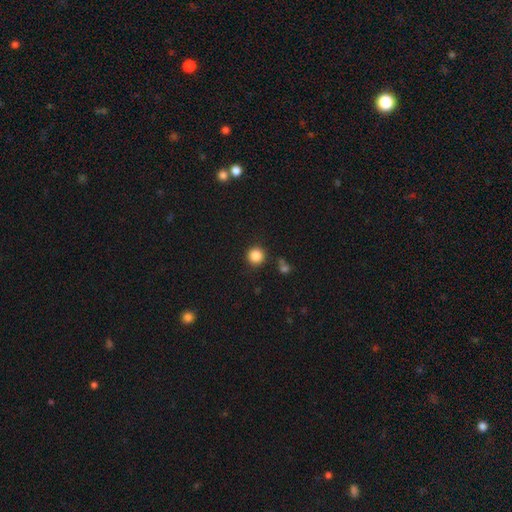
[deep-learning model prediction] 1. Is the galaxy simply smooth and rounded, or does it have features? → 85% smooth, 11% star or artifact, 4% featured or disk.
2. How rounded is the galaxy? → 94% round, 5% in between, 1% cigar-shaped.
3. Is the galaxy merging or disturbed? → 88% none, 6% minor disturbance, 3% merger, 2% major disturbance.